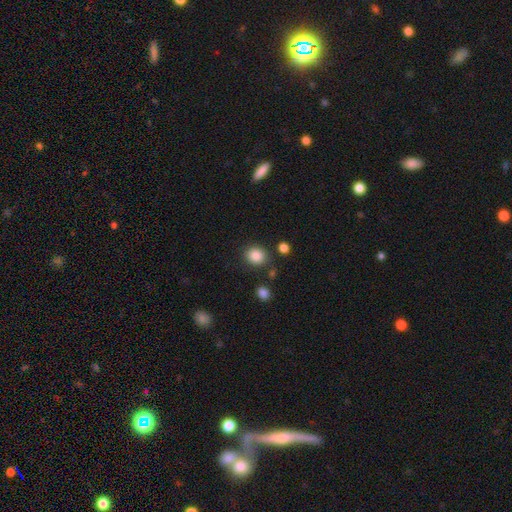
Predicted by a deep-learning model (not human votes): Overall: smooth (86%). How rounded: round (76%). Merging: none (83%).